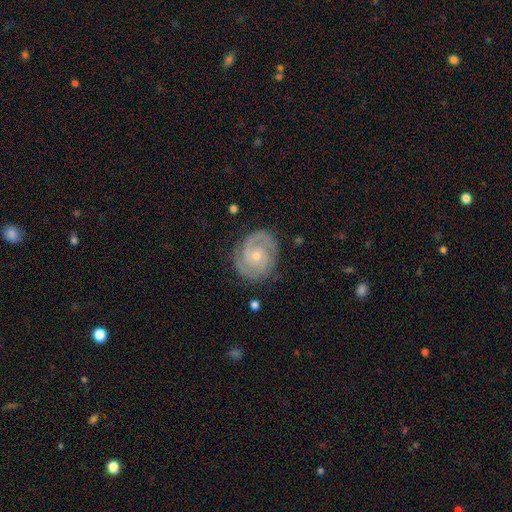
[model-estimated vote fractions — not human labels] Smooth or featured? featured or disk (88%)
Edge-on disk? no (98%)
Bar? no (69%)
Spiral arms? yes (98%)
Spiral winding? tight (68%)
Spiral arm count? 2 (70%)
Bulge size? small (62%)
Merging? none (81%)